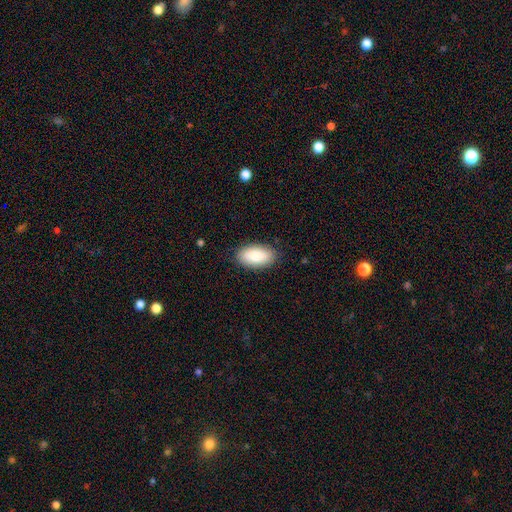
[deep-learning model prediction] This appears to be a smooth galaxy with no disk features (85%) that is in between round and cigar-shaped (94%). Merging: none (86%).